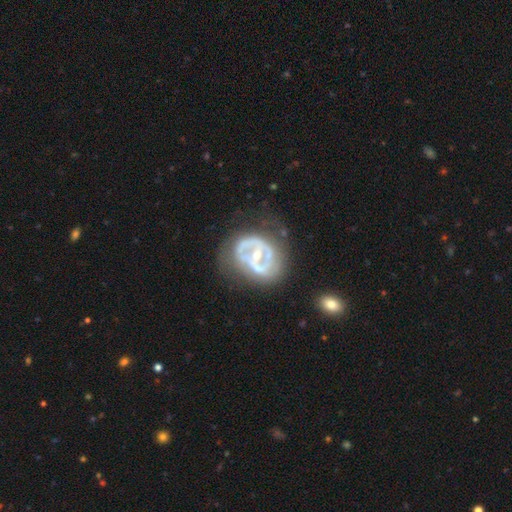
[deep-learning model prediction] A featured or disk galaxy (80%) with no bar (38%), spiral arms (54%) and a small central bulge (50%). Merging: none (55%).